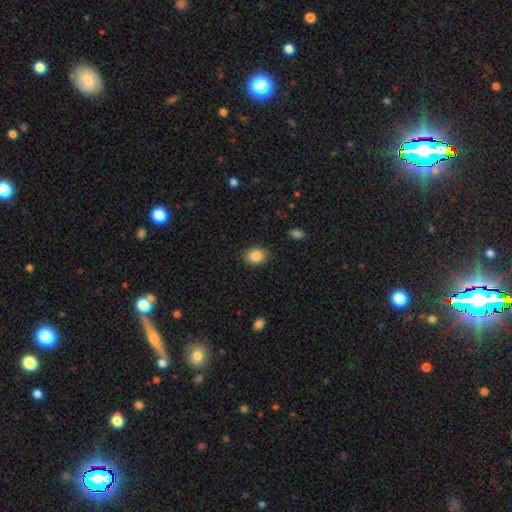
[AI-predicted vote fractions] Smooth or featured? smooth (87%)
How rounded? in between (56%)
Merging? none (82%)